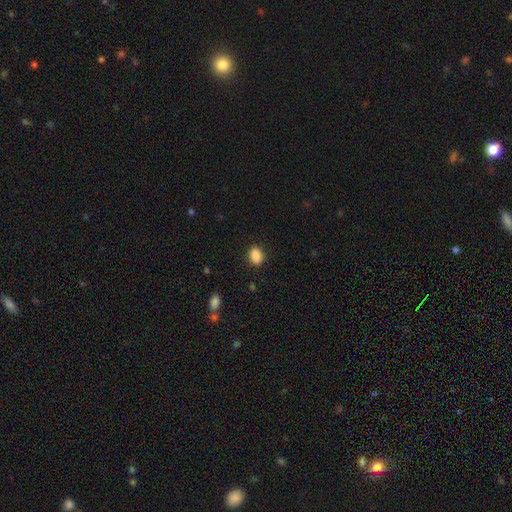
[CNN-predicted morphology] Smooth or featured? smooth (88%)
How rounded? in between (75%)
Merging? none (87%)